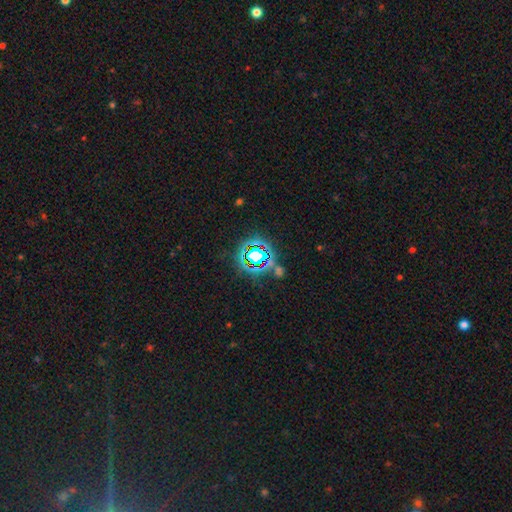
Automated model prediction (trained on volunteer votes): Smooth or featured?
  - star or artifact: 71% *
  - smooth: 18%
  - featured or disk: 11%